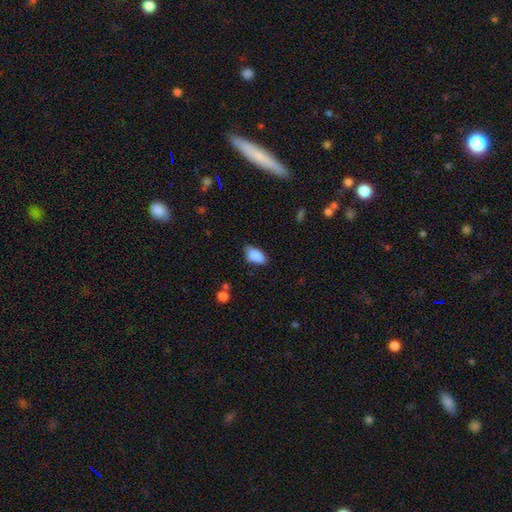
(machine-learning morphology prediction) Smooth or featured: smooth — 84% (featured or disk — 9%)
How rounded: in between — 90% (cigar-shaped — 6%)
Merging: none — 69% (minor disturbance — 25%)